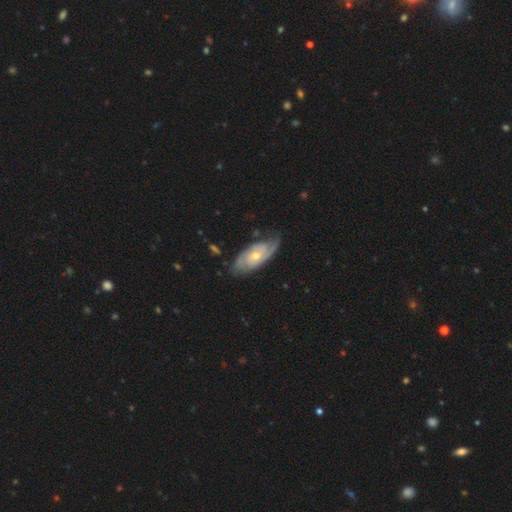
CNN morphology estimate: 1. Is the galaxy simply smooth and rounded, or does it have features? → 79% featured or disk, 16% smooth, 5% star or artifact.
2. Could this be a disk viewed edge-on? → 92% no, 8% yes.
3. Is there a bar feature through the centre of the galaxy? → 73% no, 23% weak, 4% strong.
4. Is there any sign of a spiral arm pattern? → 93% yes, 7% no.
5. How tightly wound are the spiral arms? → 54% tight, 34% medium, 12% loose.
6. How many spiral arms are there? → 56% 2, 24% can't tell, 9% 3, 6% 1, 3% 4, 2% more than 4.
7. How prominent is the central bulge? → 49% small, 47% moderate, 2% large, 1% none, 1% dominant.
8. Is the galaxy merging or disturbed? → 70% none, 22% minor disturbance, 7% major disturbance, 2% merger.